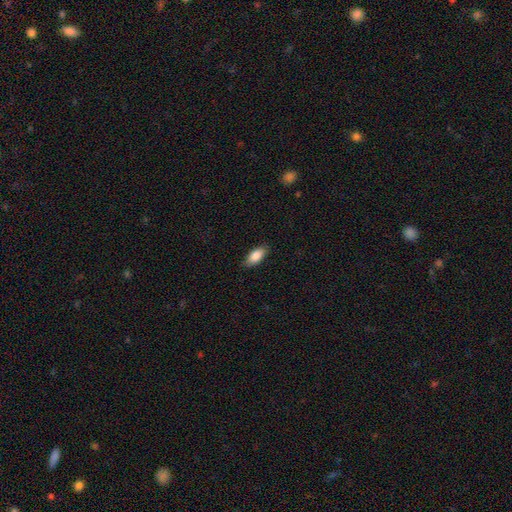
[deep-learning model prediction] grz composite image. It shows a smooth galaxy with no disk features (85%) that is in between round and cigar-shaped (87%). Merging: none (86%).